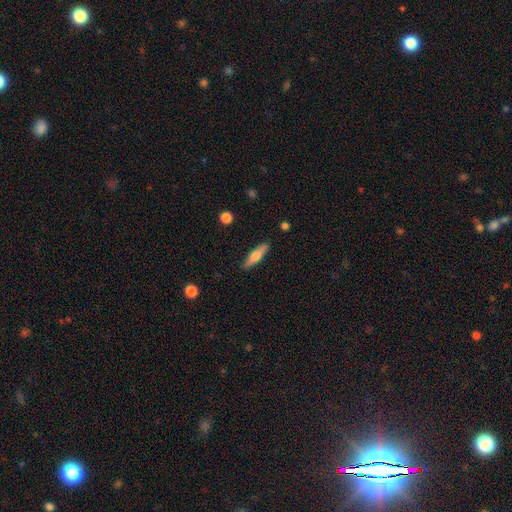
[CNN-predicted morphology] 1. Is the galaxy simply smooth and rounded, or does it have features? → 55% smooth, 39% featured or disk, 6% star or artifact.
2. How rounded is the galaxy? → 74% cigar-shaped, 24% in between, 2% round.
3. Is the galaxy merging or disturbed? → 88% none, 9% minor disturbance, 2% major disturbance, 1% merger.